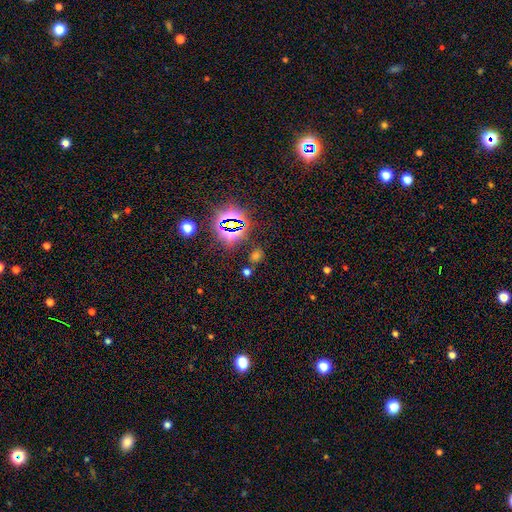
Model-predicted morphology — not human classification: star or artifact 51%, smooth 41%, featured or disk 7%.